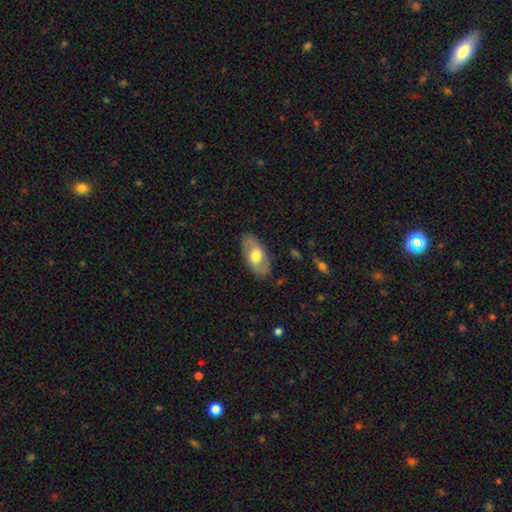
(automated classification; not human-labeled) Smooth or featured: smooth — 52% (featured or disk — 43%)
How rounded: in between — 92% (round — 4%)
Merging: none — 83% (minor disturbance — 12%)